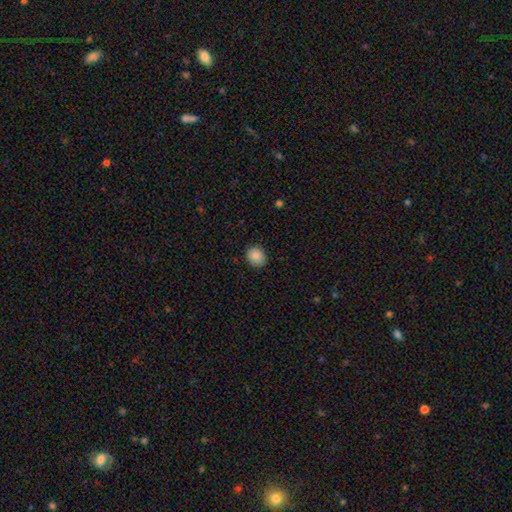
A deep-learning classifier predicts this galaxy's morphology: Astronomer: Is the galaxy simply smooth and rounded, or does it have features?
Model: smooth — 87%.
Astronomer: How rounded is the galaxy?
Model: round — 70%.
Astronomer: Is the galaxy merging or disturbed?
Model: none — 87%.